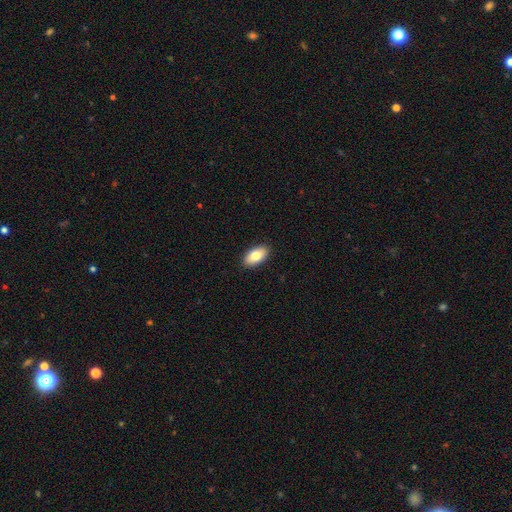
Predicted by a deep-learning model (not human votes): smooth 82%, featured or disk 11%, star or artifact 7%. Down the decision tree: how rounded — in between (94%); merging — none (90%).